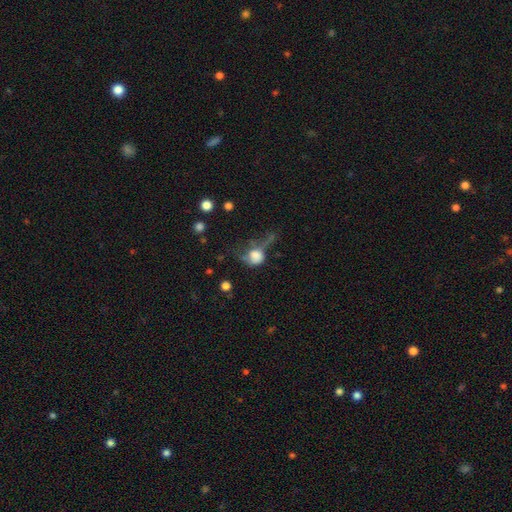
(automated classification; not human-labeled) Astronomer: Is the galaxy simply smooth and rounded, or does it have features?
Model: smooth — 67%.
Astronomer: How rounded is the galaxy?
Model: round — 58% (runner-up: in between, 40%).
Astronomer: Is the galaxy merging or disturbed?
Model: major disturbance — 47%.